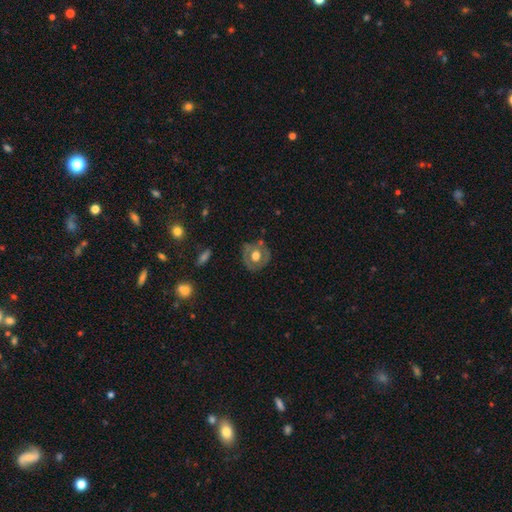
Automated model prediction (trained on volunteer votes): Smooth or featured? featured or disk (50%)
Merging? none (76%)